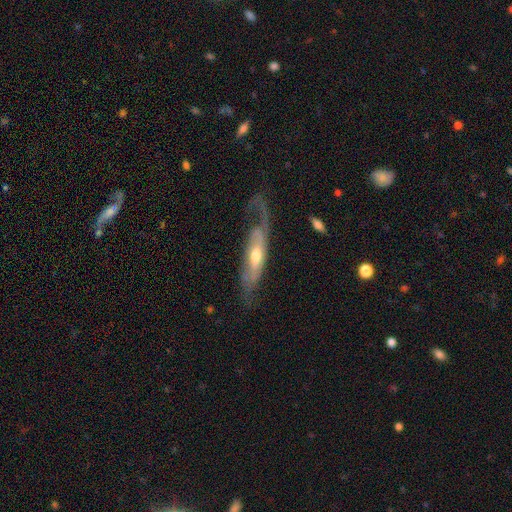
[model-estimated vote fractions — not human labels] Smooth or featured: featured or disk — 76% (smooth — 19%)
Edge-on disk: no — 70% (yes — 30%)
Bar: no — 55% (weak — 32%)
Spiral arms: yes — 84% (no — 16%)
Bulge size: moderate — 67% (small — 23%)
Merging: none — 48% (major disturbance — 28%)